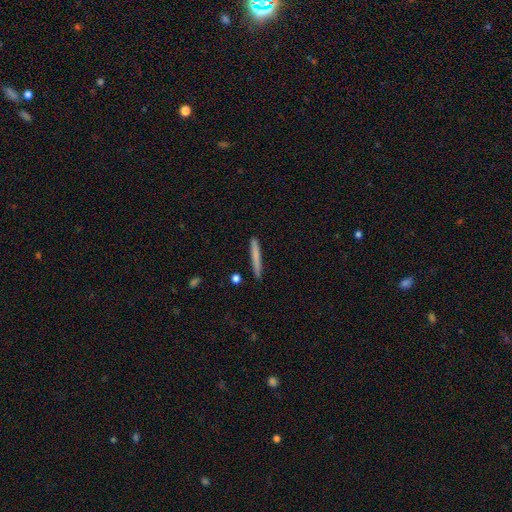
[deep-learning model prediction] This appears to be a smooth galaxy with no disk features (74%) that is cigar-shaped (96%). Merging: none (90%).